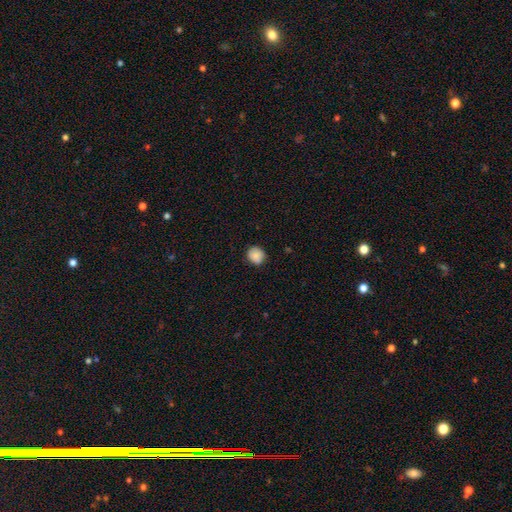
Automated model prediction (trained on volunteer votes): This appears to be a smooth galaxy with no disk features (84%) that is round (81%). Merging: none (82%).